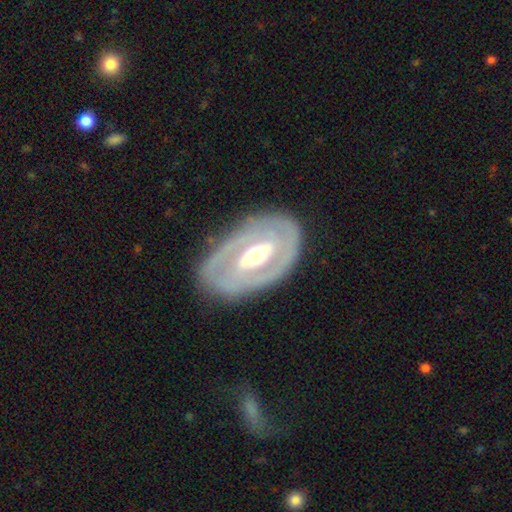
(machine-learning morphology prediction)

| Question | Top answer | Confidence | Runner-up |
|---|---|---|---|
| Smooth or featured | featured or disk | 81% | smooth (15%) |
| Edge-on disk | no | 94% | yes (6%) |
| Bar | weak | 37% | tied: strong (37%) |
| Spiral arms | yes | 64% | no (36%) |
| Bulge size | moderate | 70% | large (15%) |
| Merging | none | 79% | minor disturbance (15%) |